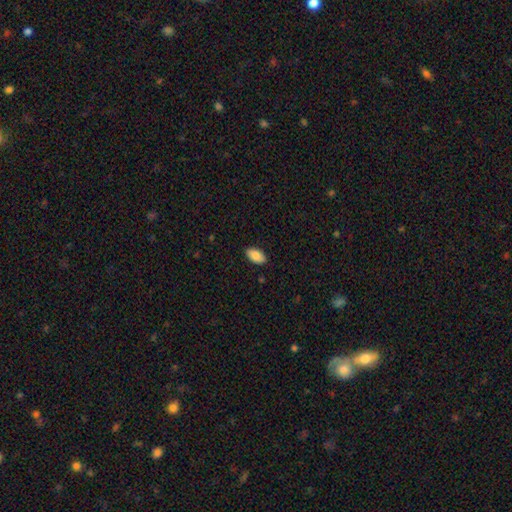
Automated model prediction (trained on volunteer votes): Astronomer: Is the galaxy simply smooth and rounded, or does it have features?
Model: smooth — 88%.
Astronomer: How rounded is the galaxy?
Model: in between — 95%.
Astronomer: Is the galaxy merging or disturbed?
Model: none — 87%.